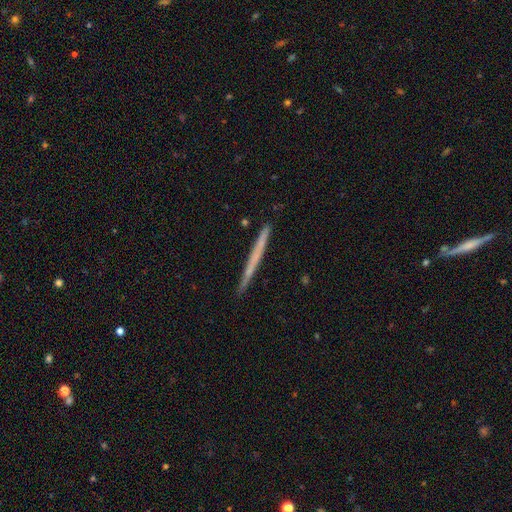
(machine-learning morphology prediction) Smooth or featured: smooth — 50% (featured or disk — 44%)
Merging: none — 89% (minor disturbance — 8%)